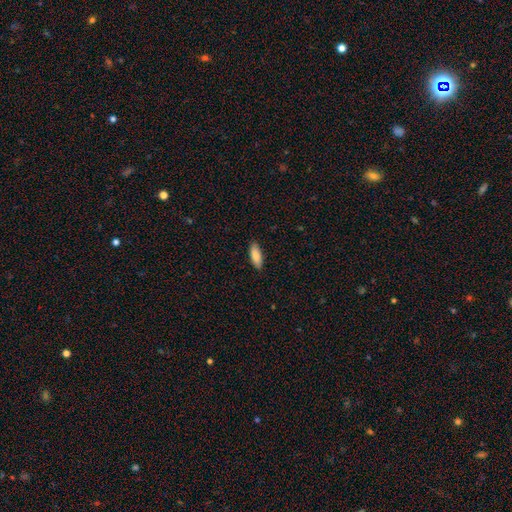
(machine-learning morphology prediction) Smooth or featured? smooth (86%)
How rounded? in between (73%)
Merging? none (88%)